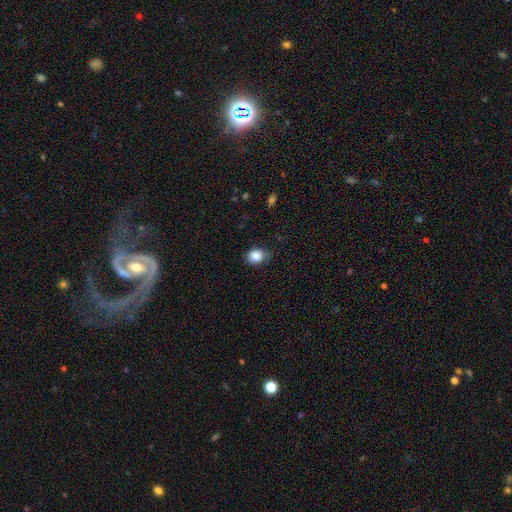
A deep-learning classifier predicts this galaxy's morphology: type=smooth (85%); roundness=round (59%); merging=none (71%).